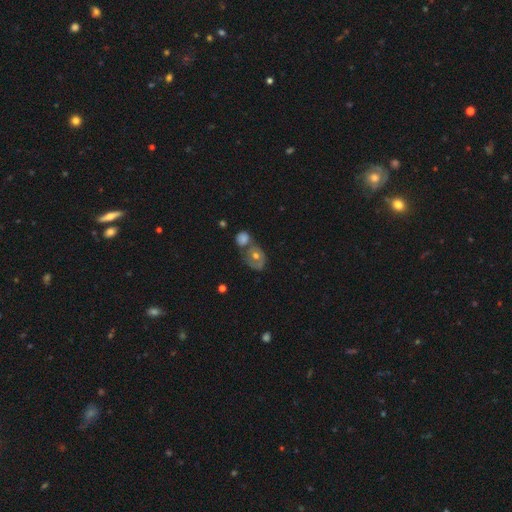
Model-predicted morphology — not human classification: Q: Smooth or featured?
A: featured or disk (51%); runner-up: smooth (33%)
Q: Edge-on disk?
A: no (95%); runner-up: yes (5%)
Q: Merging?
A: none (47%); runner-up: merger (31%)